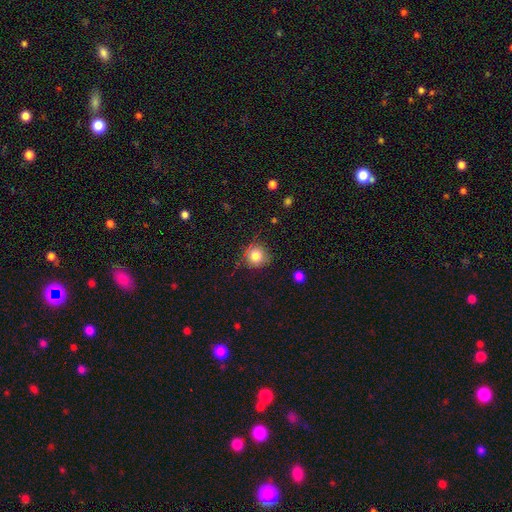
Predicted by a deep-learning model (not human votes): smooth 80%, star or artifact 11%, featured or disk 8%. Down the decision tree: how rounded — round (92%); merging — none (81%).